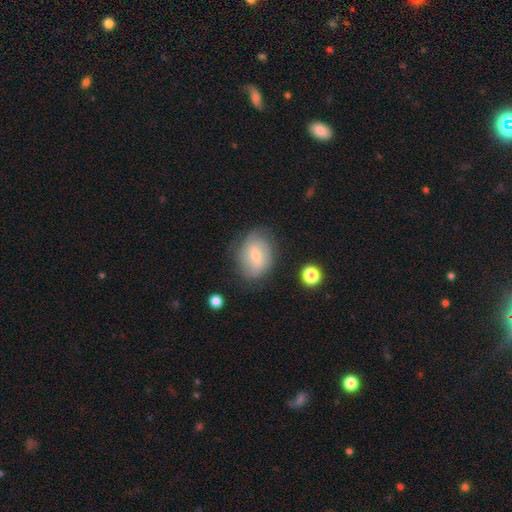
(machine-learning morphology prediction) This is possibly a smooth galaxy (54%). How rounded: likely in between (61%). Merging: likely none (69%).